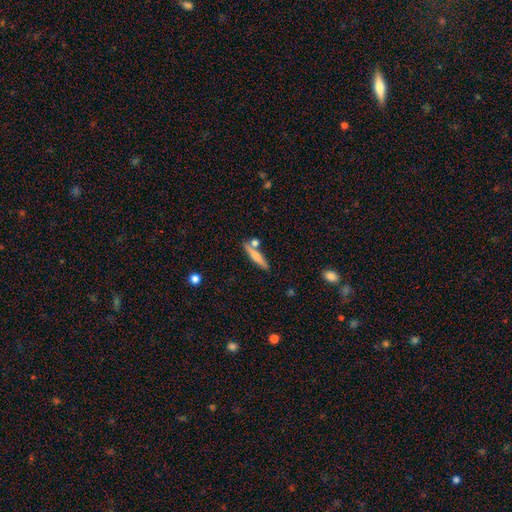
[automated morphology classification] The model was most divided on "smooth or featured": smooth: 62%, featured or disk: 32%, star or artifact: 6%. More confident: how rounded — cigar-shaped (88%); merging — none (74%).